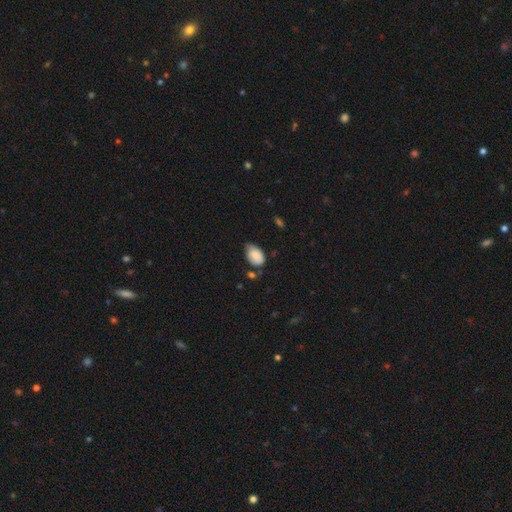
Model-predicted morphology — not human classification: type=smooth (84%); roundness=in between (89%); merging=none (49%).